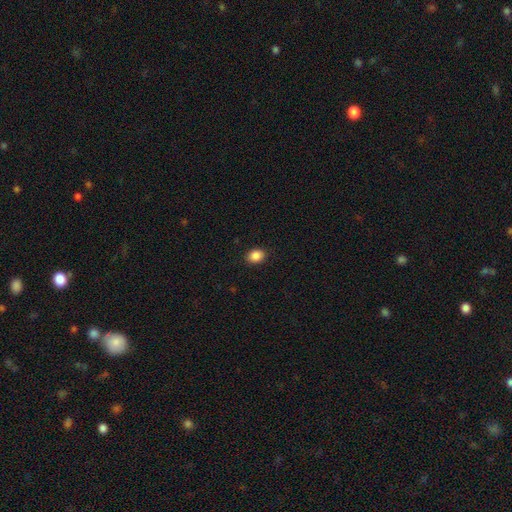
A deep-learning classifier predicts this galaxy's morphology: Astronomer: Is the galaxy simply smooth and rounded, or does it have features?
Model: smooth — 88%.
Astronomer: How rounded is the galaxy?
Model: in between — 58% (runner-up: round, 41%).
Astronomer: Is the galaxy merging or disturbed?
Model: none — 90%.